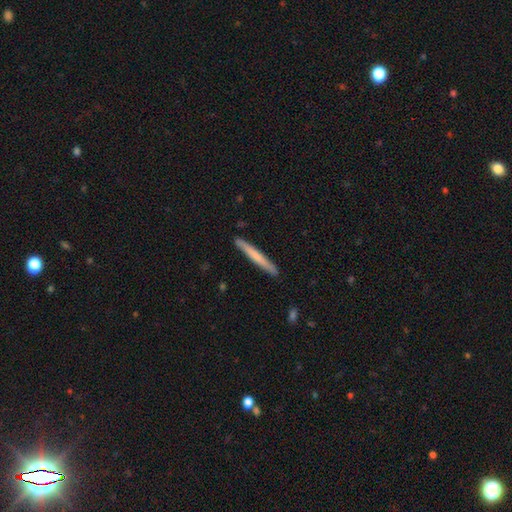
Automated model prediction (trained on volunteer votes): smooth-or-featured: smooth: 62% | featured or disk: 33% | star or artifact: 5%
  how-rounded: cigar-shaped: 97% | in between: 2% | round: 1%
  merging: none: 90% | minor disturbance: 7% | major disturbance: 1% | merger: 1%